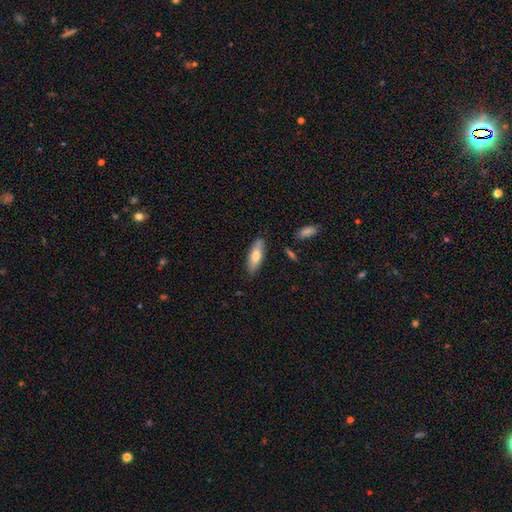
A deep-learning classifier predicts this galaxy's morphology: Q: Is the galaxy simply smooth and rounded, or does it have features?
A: smooth — 71%.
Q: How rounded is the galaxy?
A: in between — 63%.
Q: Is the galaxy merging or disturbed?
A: none — 80%.